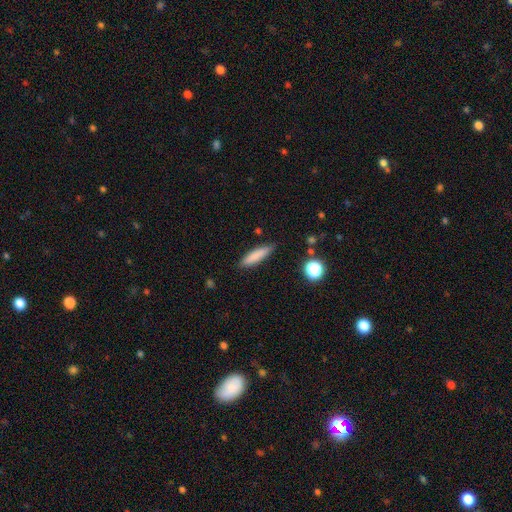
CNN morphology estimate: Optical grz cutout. It shows a smooth galaxy with no disk features (81%) that is cigar-shaped (77%). Merging: none (85%).